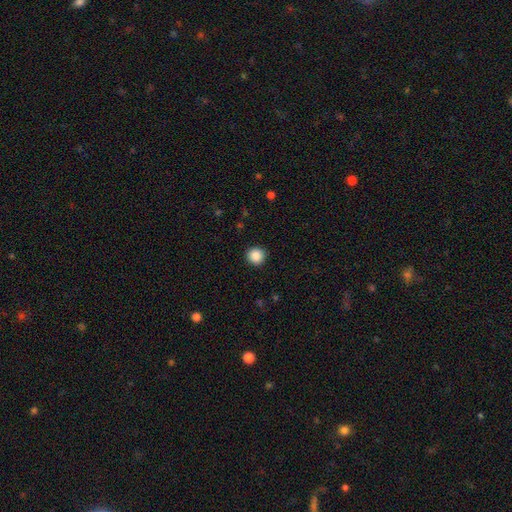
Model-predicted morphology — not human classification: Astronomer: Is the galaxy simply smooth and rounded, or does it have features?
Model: smooth — 88%.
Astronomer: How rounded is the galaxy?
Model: round — 94%.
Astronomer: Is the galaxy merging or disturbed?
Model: none — 92%.